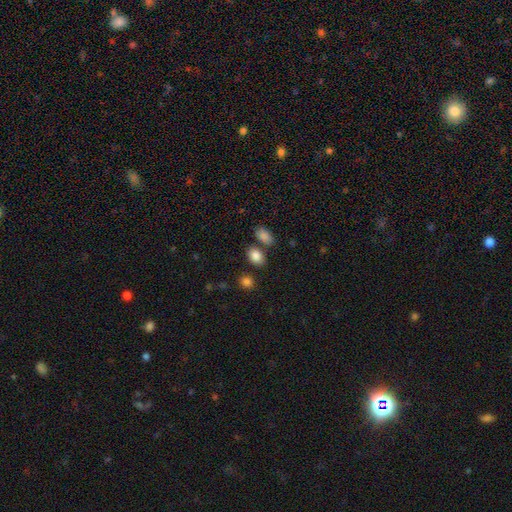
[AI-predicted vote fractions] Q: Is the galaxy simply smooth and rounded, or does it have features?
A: smooth — 85%.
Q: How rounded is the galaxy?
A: in between — 74%.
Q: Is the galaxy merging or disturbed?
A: none — 71%.